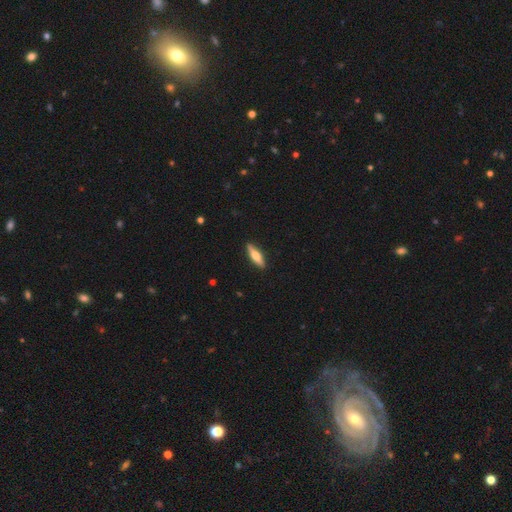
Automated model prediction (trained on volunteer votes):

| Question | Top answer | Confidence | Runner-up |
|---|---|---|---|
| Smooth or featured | smooth | 52% | featured or disk (43%) |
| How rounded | cigar-shaped | 65% | in between (33%) |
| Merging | none | 91% | minor disturbance (7%) |